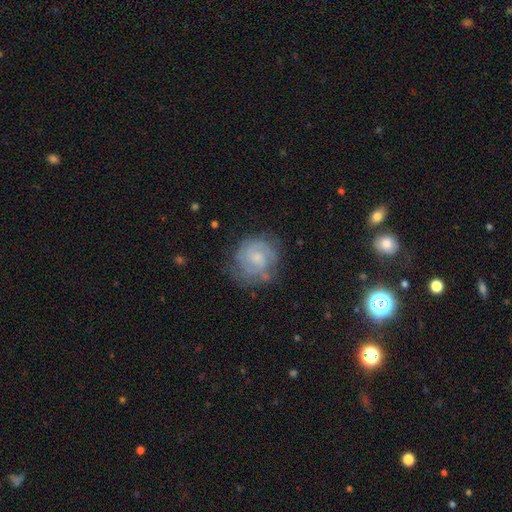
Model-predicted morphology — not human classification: smooth-or-featured: featured or disk: 71% | smooth: 22% | star or artifact: 8%
  disk-edge-on: no: 98% | yes: 2%
    bar: no: 57% | weak: 37% | strong: 6%
    has-spiral-arms: yes: 90% | no: 10%
      spiral-winding: tight: 60% | medium: 32% | loose: 8%
      spiral-arm-count: 2: 54% | can't tell: 25% | 3: 11% | 1: 4% | 4: 3% | more than 4: 3%
    bulge-size: small: 50% | moderate: 33% | none: 12% | large: 3% | dominant: 1%
  merging: none: 71% | minor disturbance: 19% | major disturbance: 8% | merger: 2%